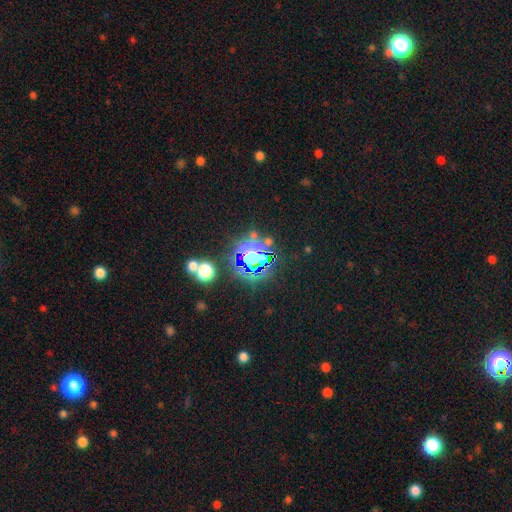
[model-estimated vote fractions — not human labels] Q: Smooth or featured?
A: star or artifact (77%); runner-up: smooth (15%)